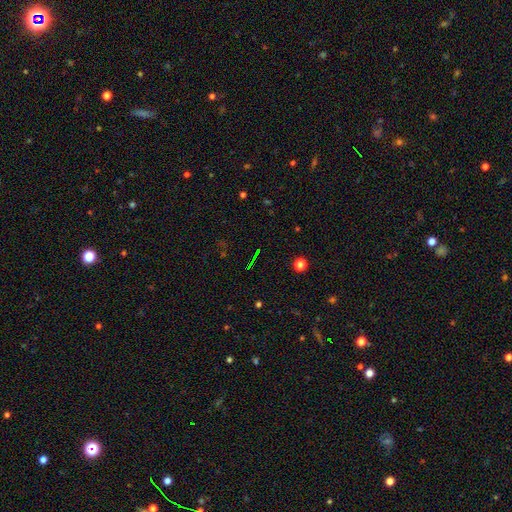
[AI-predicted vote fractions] Q: Smooth or featured?
A: star or artifact (66%); runner-up: smooth (19%)